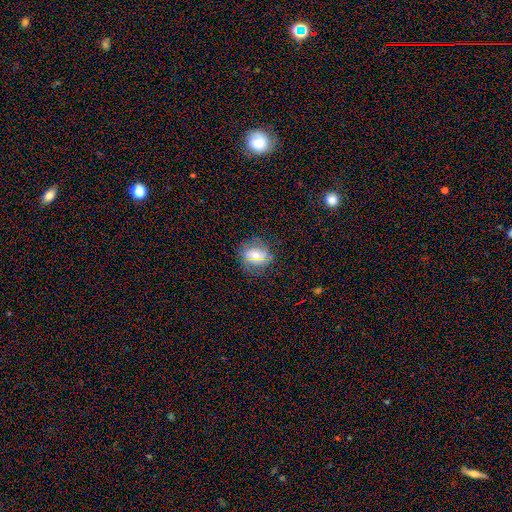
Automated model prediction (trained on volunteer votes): This appears to be a smooth galaxy with no disk features (55%) that is round (66%). Merging: none (80%).